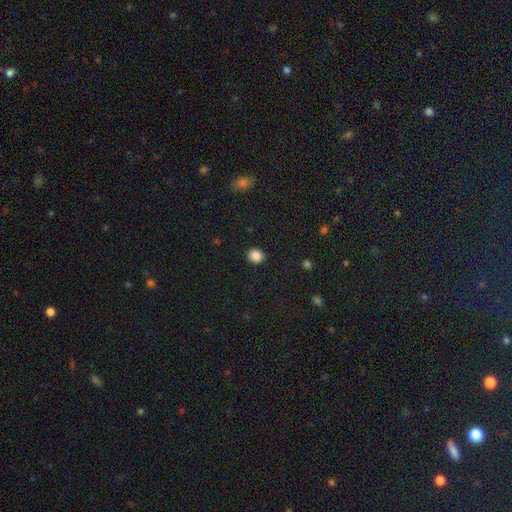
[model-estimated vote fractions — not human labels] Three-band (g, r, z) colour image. It shows a smooth galaxy with no disk features (86%) that is round (70%). Merging: none (91%).